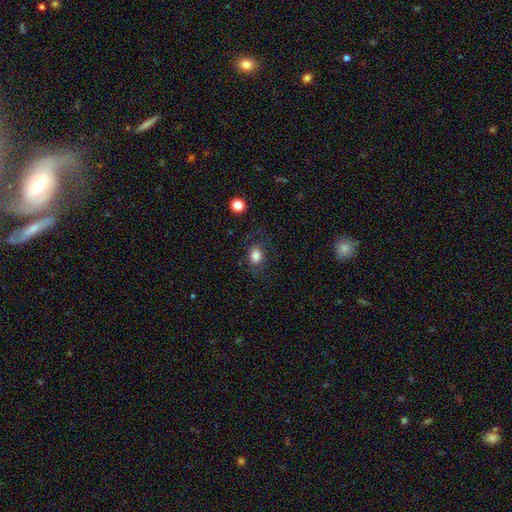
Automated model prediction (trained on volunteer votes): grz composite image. It shows a smooth galaxy with no disk features (79%) that is in between round and cigar-shaped (52%). Merging: none (69%).